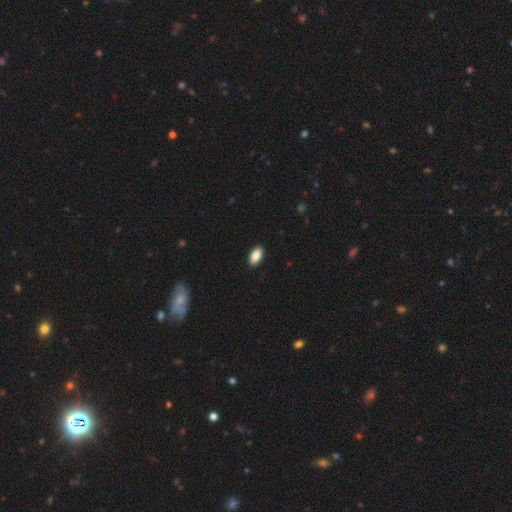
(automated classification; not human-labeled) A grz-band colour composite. It shows a smooth galaxy with no disk features (87%) that is in between round and cigar-shaped (93%). Merging: none (91%).